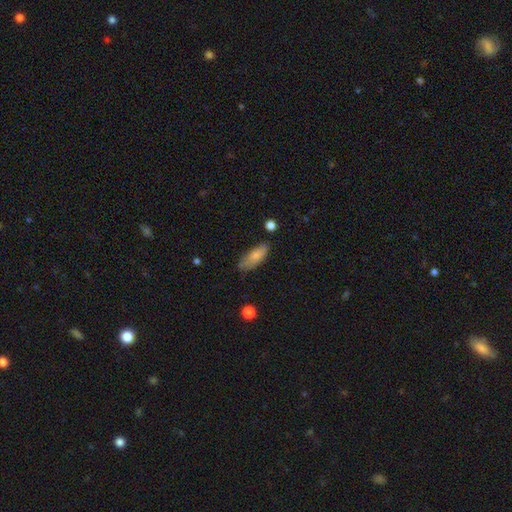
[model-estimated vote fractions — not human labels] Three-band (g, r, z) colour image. It shows a smooth galaxy with no disk features (78%) that is in between round and cigar-shaped (75%). Merging: none (65%).